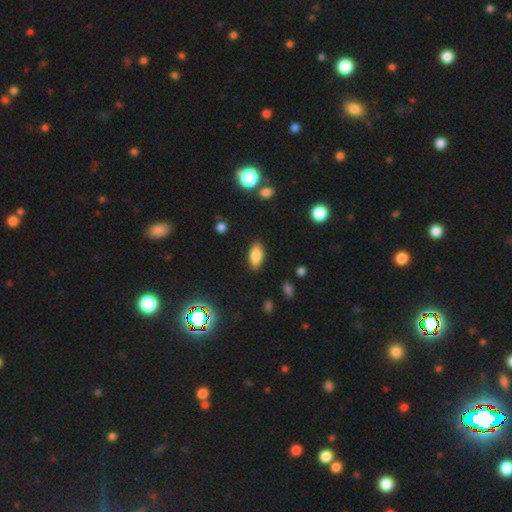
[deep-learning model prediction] A smooth galaxy with no disk features (80%) that is in between round and cigar-shaped (87%).

Vote fractions:
- Smooth or featured? smooth: 80% / featured or disk: 11% / star or artifact: 9%
- How rounded? in between: 87% / cigar-shaped: 10% / round: 3%
- Merging? none: 86% / minor disturbance: 10% / major disturbance: 3% / merger: 2%